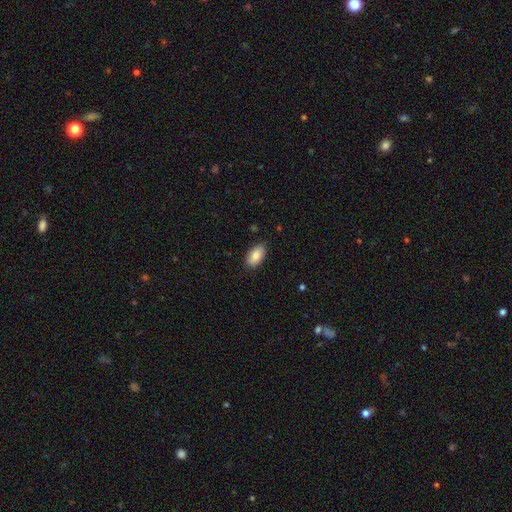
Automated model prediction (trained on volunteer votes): Smooth or featured?
  - smooth: 85% *
  - featured or disk: 8%
  - star or artifact: 7%
How rounded?
  - in between: 94% *
  - cigar-shaped: 3%
  - round: 3%
Merging?
  - none: 86% *
  - minor disturbance: 11%
  - major disturbance: 2%
  - merger: 1%